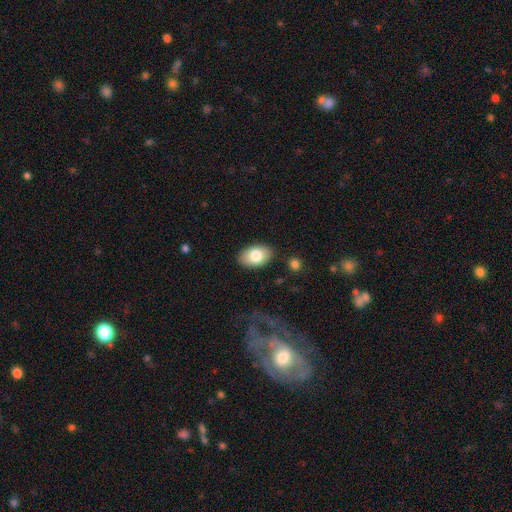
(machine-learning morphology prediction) smooth 80%, featured or disk 13%, star or artifact 7%. Down the decision tree: how rounded — in between (90%); merging — none (86%).